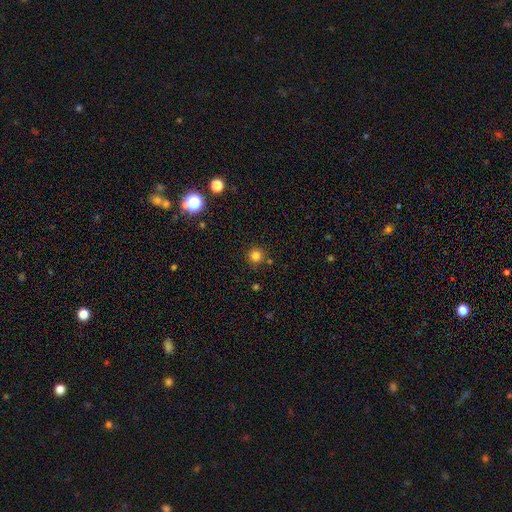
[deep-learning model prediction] A smooth galaxy with no disk features (81%) that is round (95%).

Vote fractions:
- Smooth or featured? smooth: 81% / star or artifact: 14% / featured or disk: 5%
- How rounded? round: 95% / in between: 4% / cigar-shaped: 1%
- Merging? none: 86% / minor disturbance: 7% / merger: 4% / major disturbance: 2%